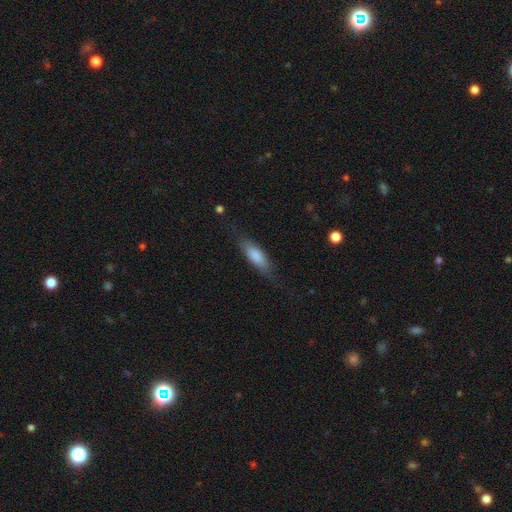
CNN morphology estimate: The model was most divided on "how rounded": in between: 58%, cigar-shaped: 40%, round: 2%. More confident: smooth or featured — smooth (79%); merging — none (72%).